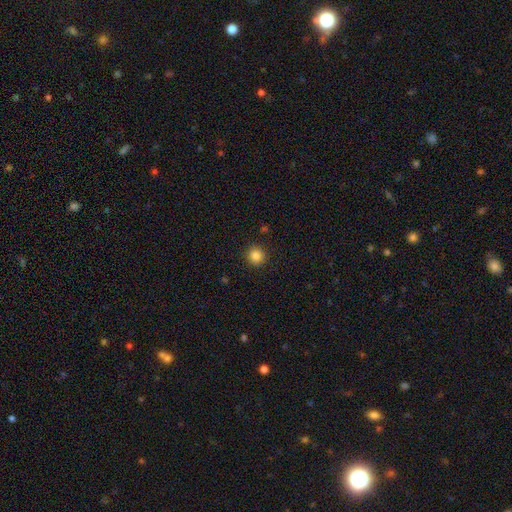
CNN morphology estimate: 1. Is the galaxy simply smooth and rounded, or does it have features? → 85% smooth, 11% star or artifact, 4% featured or disk.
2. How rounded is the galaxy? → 94% round, 5% in between, 1% cigar-shaped.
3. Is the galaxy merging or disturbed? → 91% none, 6% minor disturbance, 2% major disturbance, 1% merger.